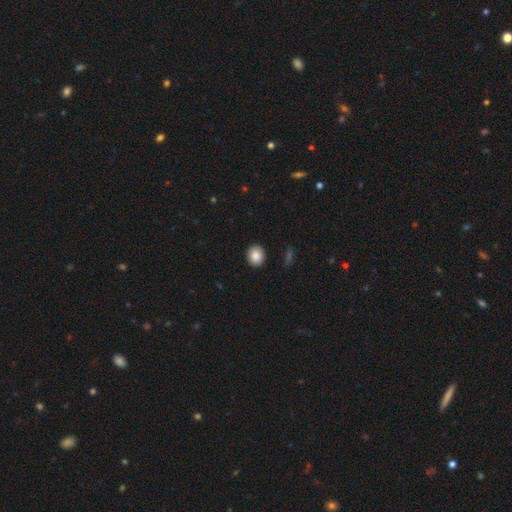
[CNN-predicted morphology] The model was most divided on "how rounded": round: 69%, in between: 30%, cigar-shaped: 1%. More confident: merging — none (91%); smooth or featured — smooth (87%).